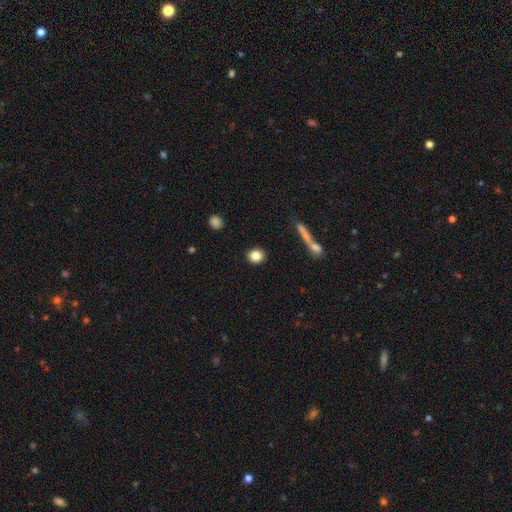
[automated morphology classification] This appears to be a smooth galaxy with no disk features (84%) that is round (83%). Merging: none (90%).